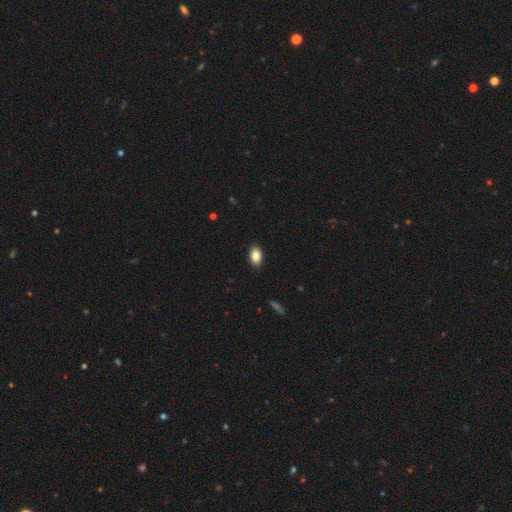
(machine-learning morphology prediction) Overall: smooth (85%). How rounded: in between (91%). Merging: none (90%).